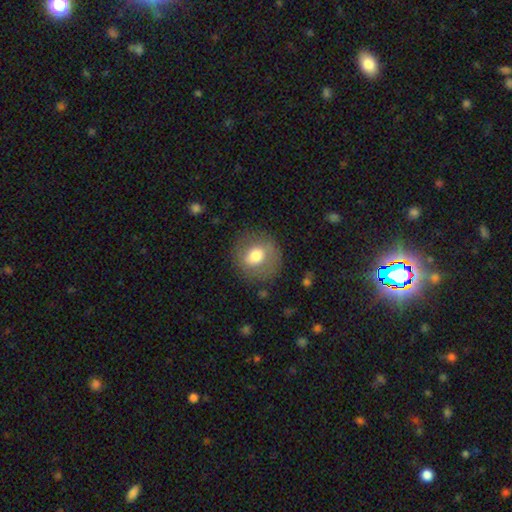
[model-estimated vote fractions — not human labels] smooth-or-featured: smooth: 65% | featured or disk: 26% | star or artifact: 8%
  how-rounded: round: 82% | in between: 17% | cigar-shaped: 1%
  merging: none: 80% | minor disturbance: 13% | major disturbance: 6% | merger: 1%